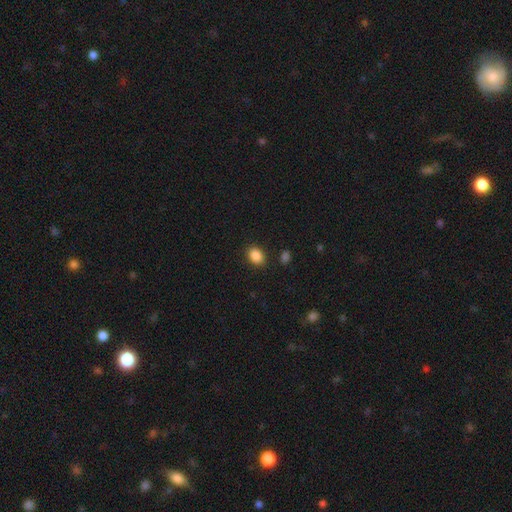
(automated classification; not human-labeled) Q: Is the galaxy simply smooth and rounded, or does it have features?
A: smooth — 87%.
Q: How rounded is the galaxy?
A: in between — 74%.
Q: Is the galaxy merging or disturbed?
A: none — 86%.